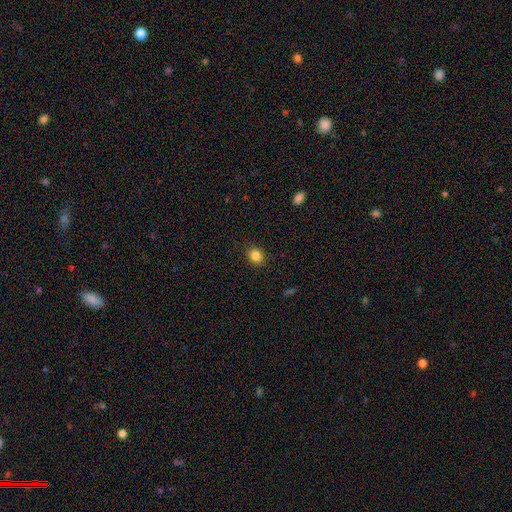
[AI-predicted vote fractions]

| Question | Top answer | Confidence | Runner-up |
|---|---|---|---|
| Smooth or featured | smooth | 85% | star or artifact (11%) |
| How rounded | round | 63% | in between (36%) |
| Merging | none | 88% | minor disturbance (8%) |